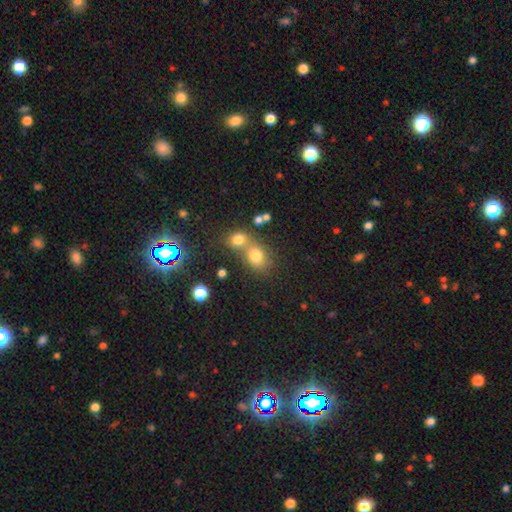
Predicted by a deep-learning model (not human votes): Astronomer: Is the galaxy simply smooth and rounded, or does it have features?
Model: smooth — 73%.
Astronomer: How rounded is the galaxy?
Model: round — 56% (runner-up: in between, 43%).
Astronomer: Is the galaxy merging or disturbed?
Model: merger — 49% (runner-up: none, 39%).